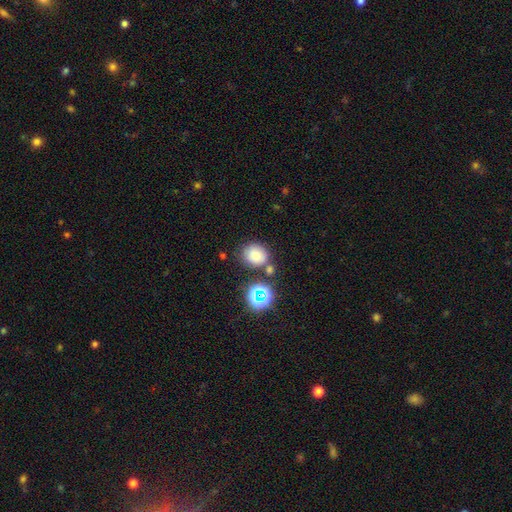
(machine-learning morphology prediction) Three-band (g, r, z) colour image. It shows a smooth galaxy with no disk features (73%) that is round (73%). Merging: none (69%).